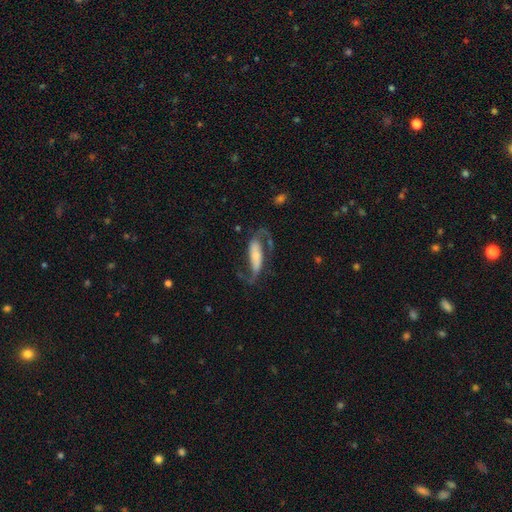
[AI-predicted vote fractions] Smooth or featured? Predicted: featured or disk (p=0.73). Edge-on disk? Predicted: no (p=0.88). Bar? Predicted: strong (p=0.42). Spiral arms? Predicted: yes (p=0.91). Spiral winding? Predicted: loose (p=0.62). Spiral arm count? Predicted: 2 (p=0.87). Bulge size? Predicted: small (p=0.47). Merging? Predicted: none (p=0.54).